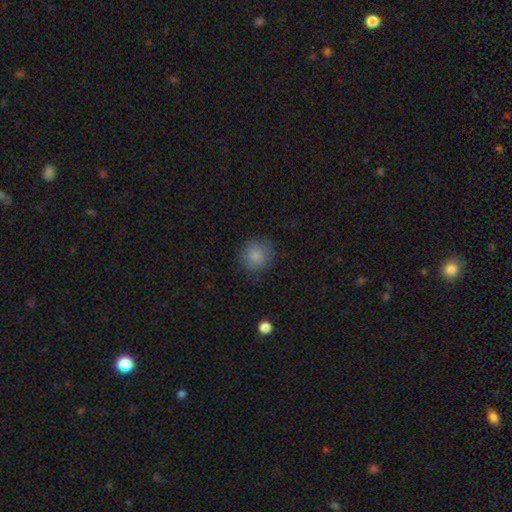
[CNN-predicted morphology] Smooth or featured? smooth (85%)
How rounded? round (85%)
Merging? none (82%)